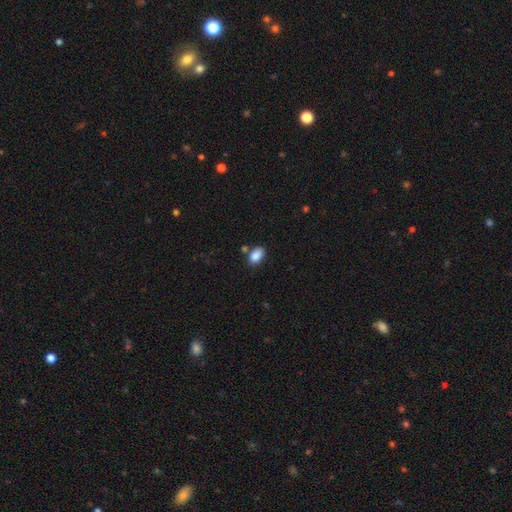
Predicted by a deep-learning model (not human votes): A smooth galaxy with no disk features (88%) that is in between round and cigar-shaped (90%).

Vote fractions:
- Smooth or featured? smooth: 88% / star or artifact: 8% / featured or disk: 4%
- How rounded? in between: 90% / round: 8% / cigar-shaped: 1%
- Merging? none: 74% / minor disturbance: 14% / merger: 9% / major disturbance: 3%